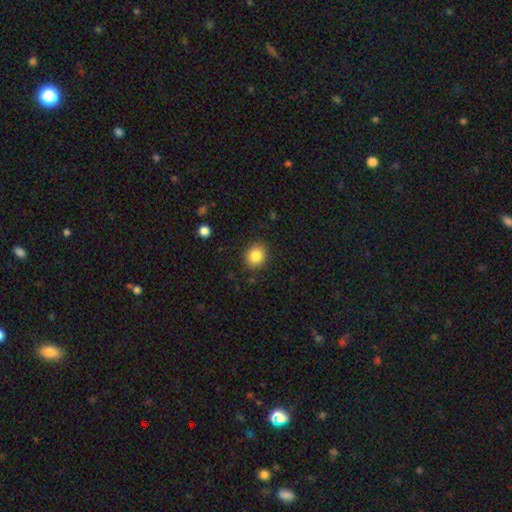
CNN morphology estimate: smooth-or-featured: smooth: 84% | star or artifact: 10% | featured or disk: 6%
  how-rounded: round: 70% | in between: 29% | cigar-shaped: 1%
  merging: none: 88% | minor disturbance: 9% | major disturbance: 2% | merger: 1%